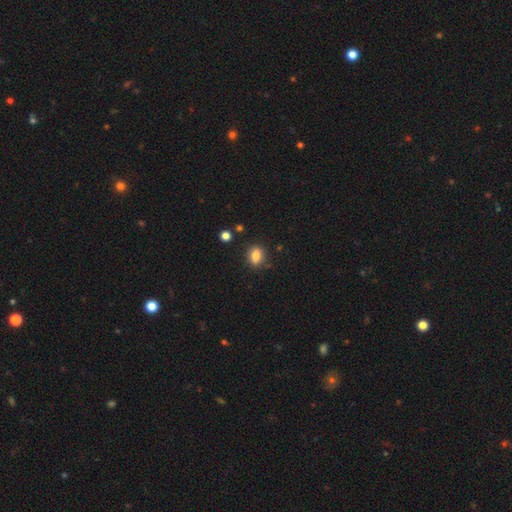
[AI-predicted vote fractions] smooth_or_featured: smooth (p=0.83) [alt: star or artifact p=0.09]
how_rounded: in between (p=0.71) [alt: round p=0.24]
merging: none (p=0.82) [alt: minor disturbance p=0.12]